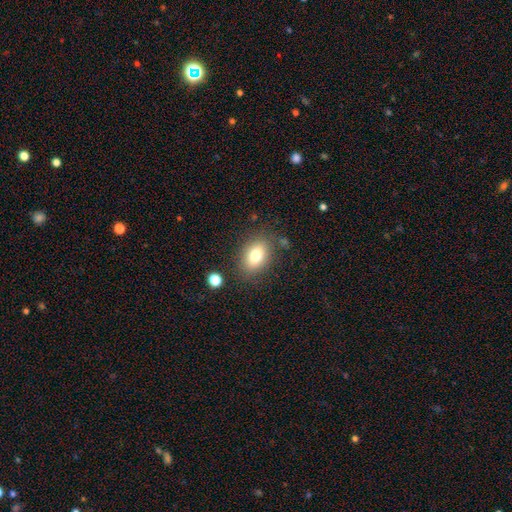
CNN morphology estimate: smooth 78%, featured or disk 13%, star or artifact 10%. Down the decision tree: how rounded — in between (80%); merging — none (80%).